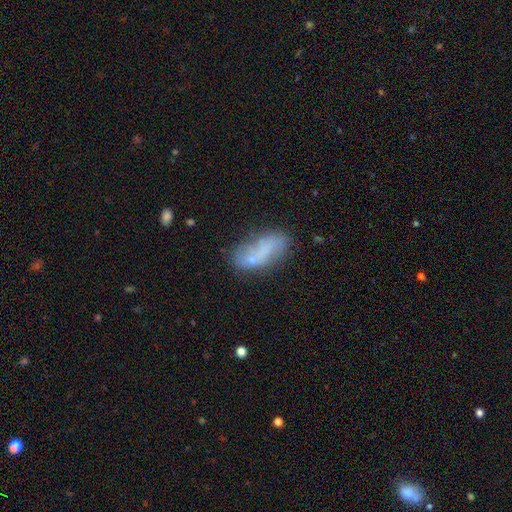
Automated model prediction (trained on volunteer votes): Smooth or featured? Predicted: smooth (p=0.53). How rounded? Predicted: in between (p=0.80). Merging? Predicted: none (p=0.55).